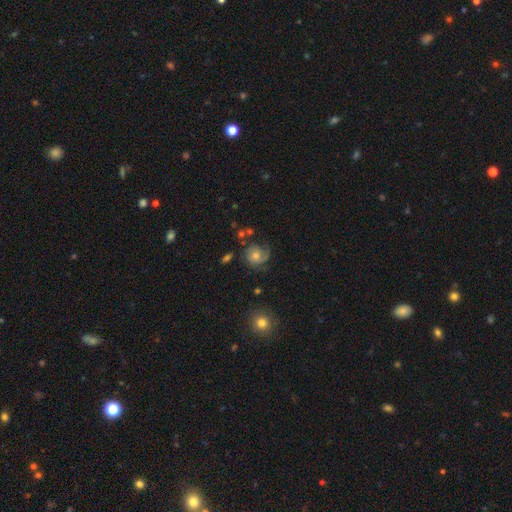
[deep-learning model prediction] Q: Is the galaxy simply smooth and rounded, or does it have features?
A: featured or disk — 63%.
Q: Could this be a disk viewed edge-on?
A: no — 97%.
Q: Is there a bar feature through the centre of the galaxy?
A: no — 77%.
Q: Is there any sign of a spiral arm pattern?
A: yes — 90%.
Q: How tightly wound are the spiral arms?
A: tight — 51%.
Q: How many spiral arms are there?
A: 1 — 45%.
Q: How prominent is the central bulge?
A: moderate — 60%.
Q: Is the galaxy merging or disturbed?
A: none — 63%.